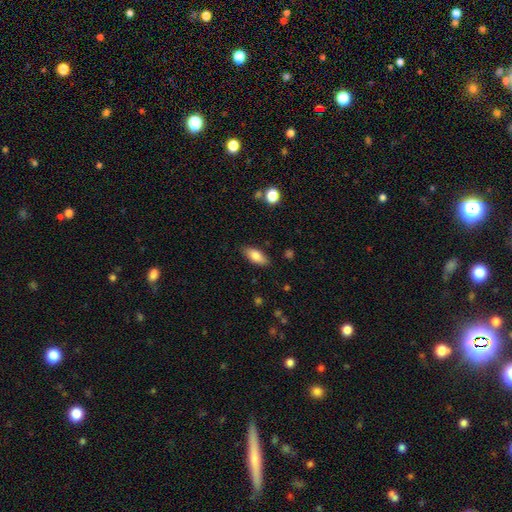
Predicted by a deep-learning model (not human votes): Smooth or featured? smooth (81%)
How rounded? in between (83%)
Merging? none (84%)